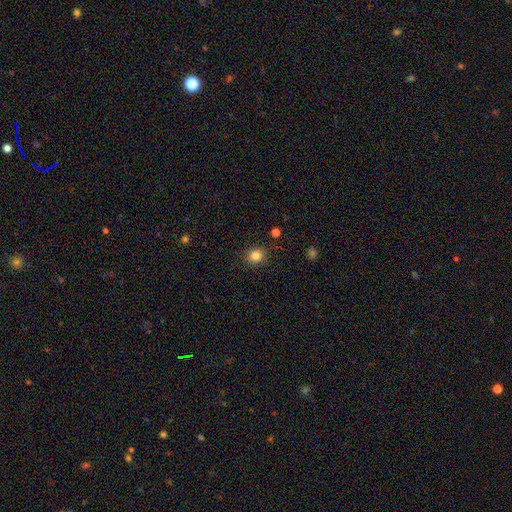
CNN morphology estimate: type=smooth (84%); roundness=round (82%); merging=none (89%).